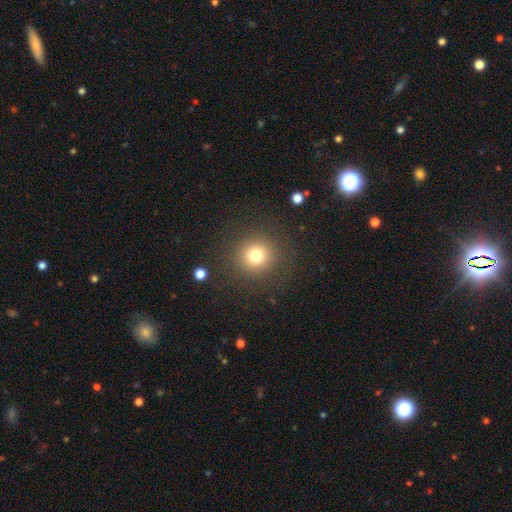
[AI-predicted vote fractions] Smooth or featured? Predicted: smooth (p=0.77). How rounded? Predicted: round (p=0.93). Merging? Predicted: none (p=0.88).